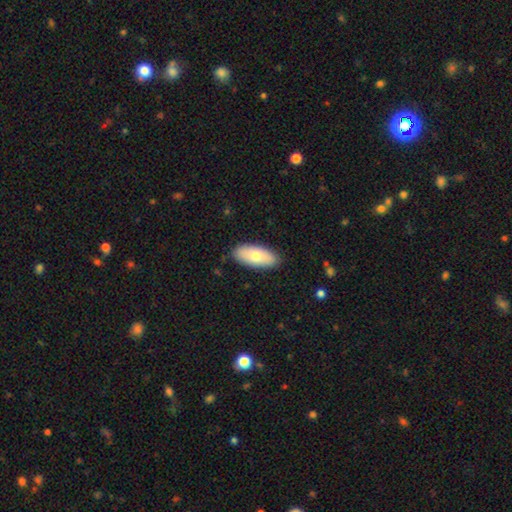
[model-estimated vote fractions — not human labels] Smooth or featured: smooth — 72% (featured or disk — 22%)
How rounded: in between — 89% (cigar-shaped — 8%)
Merging: none — 88% (minor disturbance — 9%)